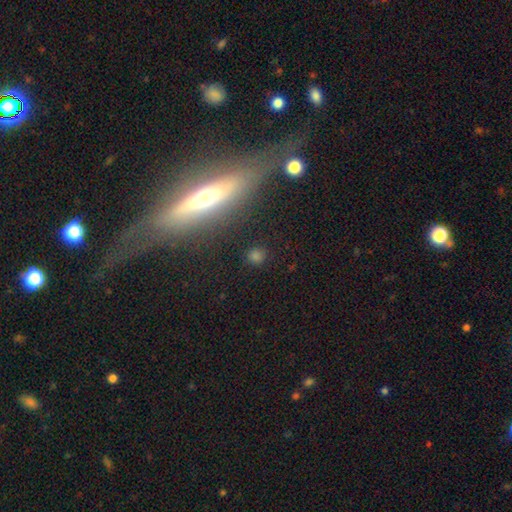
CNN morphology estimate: The model was most divided on "smooth or featured": smooth: 62%, star or artifact: 20%, featured or disk: 18%. More confident: merging — none (84%); how rounded — round (69%).